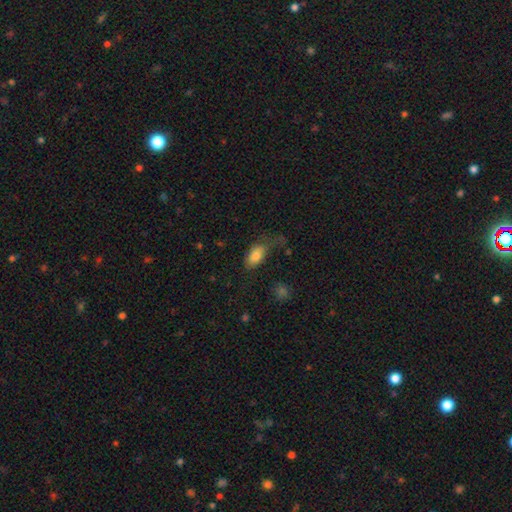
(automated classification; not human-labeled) The model was most divided on "merging": none: 49%, minor disturbance: 26%, major disturbance: 20%, merger: 4%. More confident: how rounded — in between (91%); smooth or featured — smooth (81%).